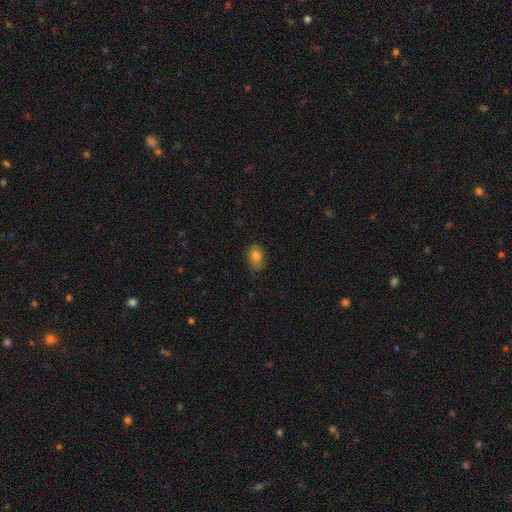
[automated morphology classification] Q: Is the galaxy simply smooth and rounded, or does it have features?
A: smooth — 80%.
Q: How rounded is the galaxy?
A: in between — 76%.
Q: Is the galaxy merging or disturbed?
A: none — 68%.